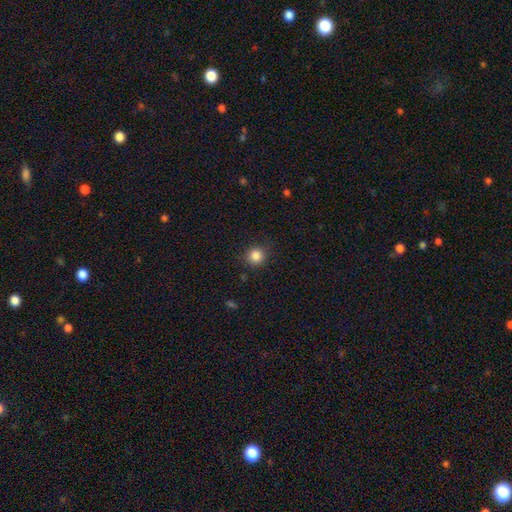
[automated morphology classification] Smooth or featured: smooth — 85% (star or artifact — 11%)
How rounded: round — 91% (in between — 9%)
Merging: none — 86% (minor disturbance — 10%)